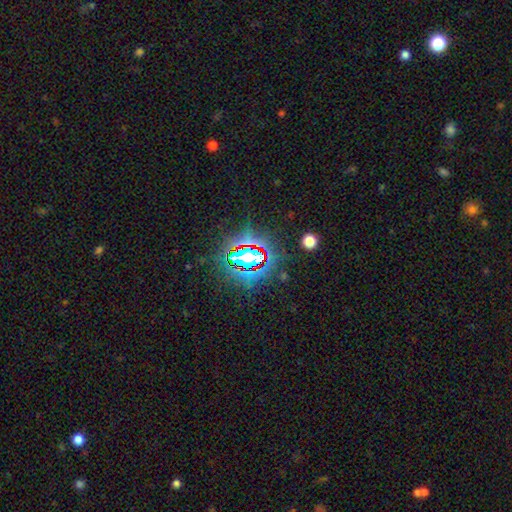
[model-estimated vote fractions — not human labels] Q: Smooth or featured?
A: star or artifact (82%); runner-up: smooth (10%)